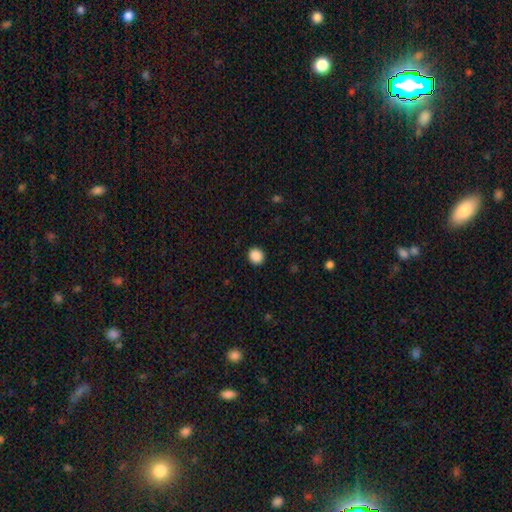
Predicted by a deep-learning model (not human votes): The model was most divided on "how rounded": round: 85%, in between: 14%, cigar-shaped: 1%. More confident: merging — none (92%); smooth or featured — smooth (88%).